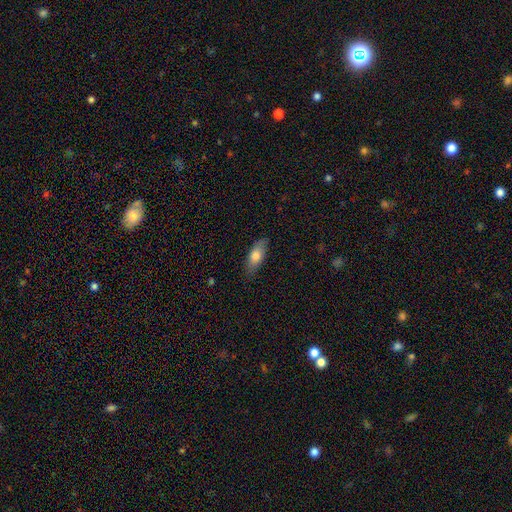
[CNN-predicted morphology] type=smooth (74%); roundness=in between (74%); merging=none (82%).